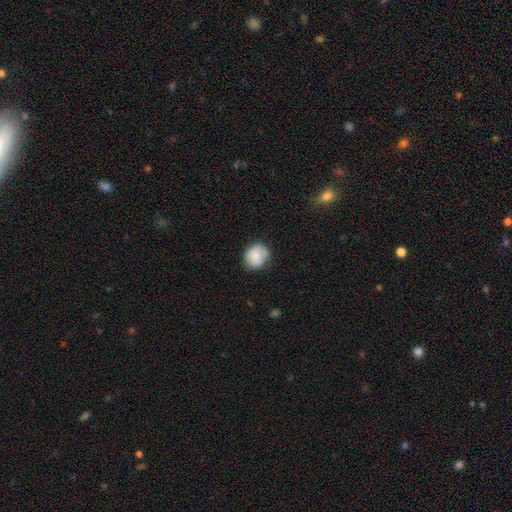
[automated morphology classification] A smooth galaxy with no disk features (73%) that is round (82%). Merging: none (68%).